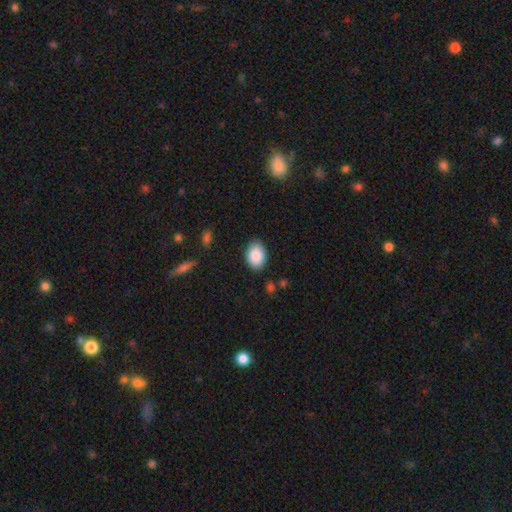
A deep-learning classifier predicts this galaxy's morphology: Q: Smooth or featured?
A: smooth (89%); runner-up: star or artifact (7%)
Q: How rounded?
A: in between (84%); runner-up: round (15%)
Q: Merging?
A: none (86%); runner-up: minor disturbance (11%)